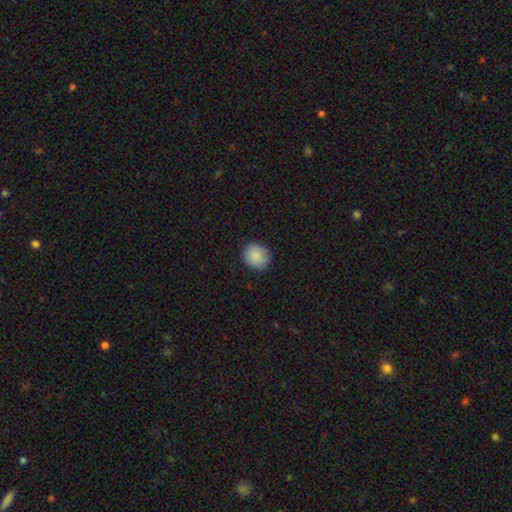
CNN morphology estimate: type=smooth (88%); roundness=round (78%); merging=none (89%).